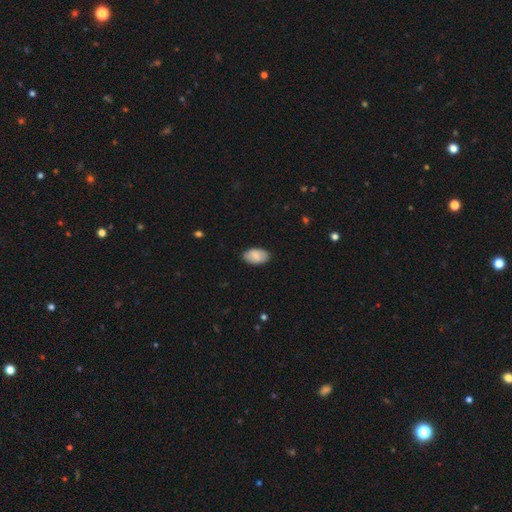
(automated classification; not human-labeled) Smooth or featured?
  - smooth: 84% *
  - featured or disk: 10%
  - star or artifact: 6%
How rounded?
  - in between: 94% *
  - round: 4%
  - cigar-shaped: 1%
Merging?
  - none: 86% *
  - minor disturbance: 11%
  - major disturbance: 2%
  - merger: 1%